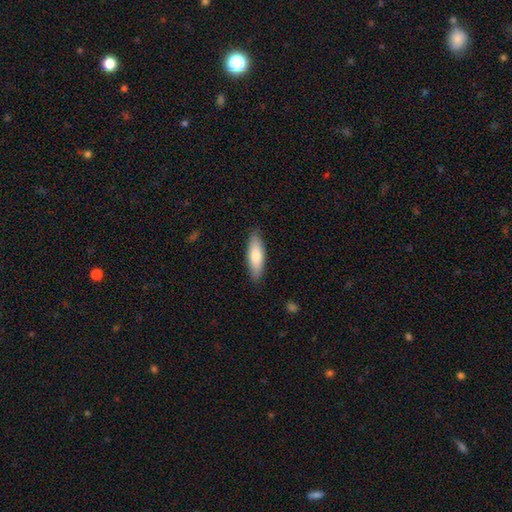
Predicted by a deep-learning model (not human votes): Smooth or featured? smooth (74%)
How rounded? cigar-shaped (50%)
Merging? none (87%)